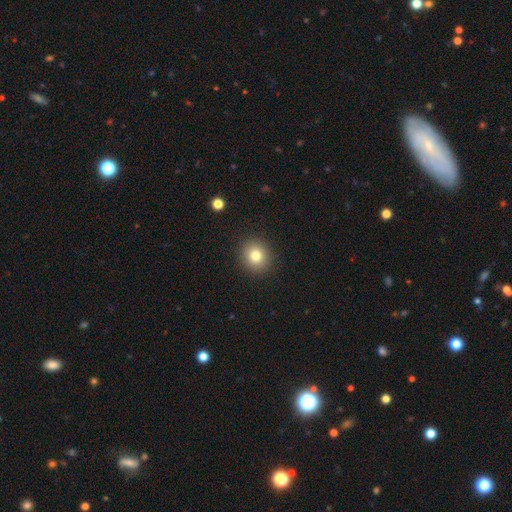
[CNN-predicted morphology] Overall: smooth (80%). How rounded: round (84%). Merging: none (90%).